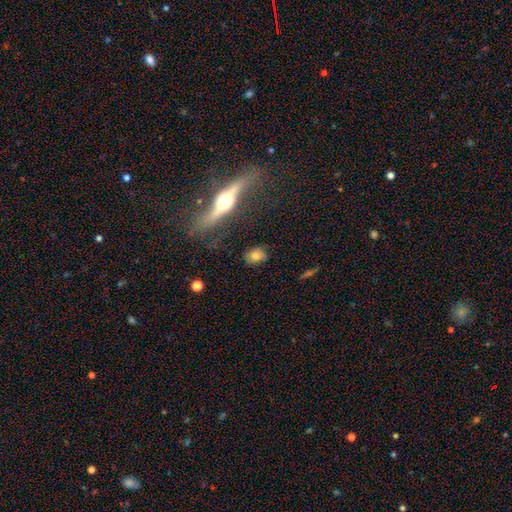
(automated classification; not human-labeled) Smooth or featured: smooth — 69% (featured or disk — 21%)
How rounded: in between — 62% (round — 34%)
Merging: none — 78% (minor disturbance — 14%)